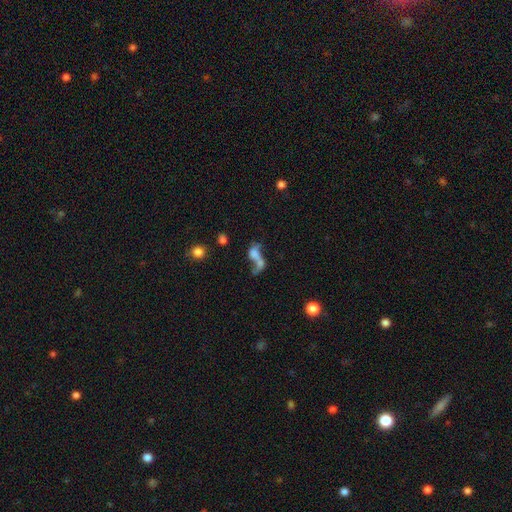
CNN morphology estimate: smooth-or-featured: smooth: 48% | featured or disk: 36% | star or artifact: 16%
  merging: merger: 57% | major disturbance: 20% | none: 15% | minor disturbance: 8%